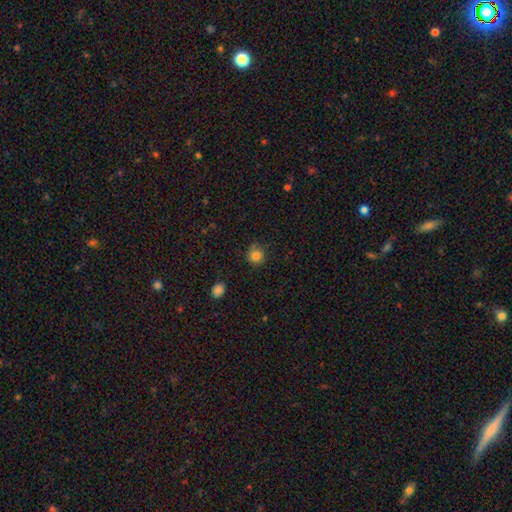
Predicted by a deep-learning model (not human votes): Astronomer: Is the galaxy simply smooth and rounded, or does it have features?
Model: smooth — 83%.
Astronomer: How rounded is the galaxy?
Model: round — 89%.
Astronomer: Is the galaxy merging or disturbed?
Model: none — 80%.